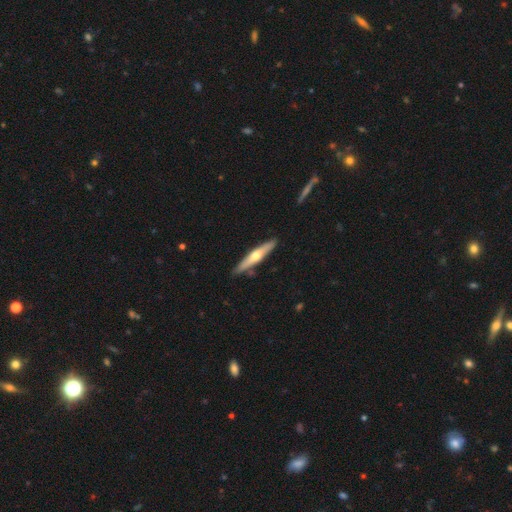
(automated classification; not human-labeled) Morphology: type=featured or disk (54%); edge-on=yes (93%); edge-on bulge=rounded (89%); merging=none (86%).